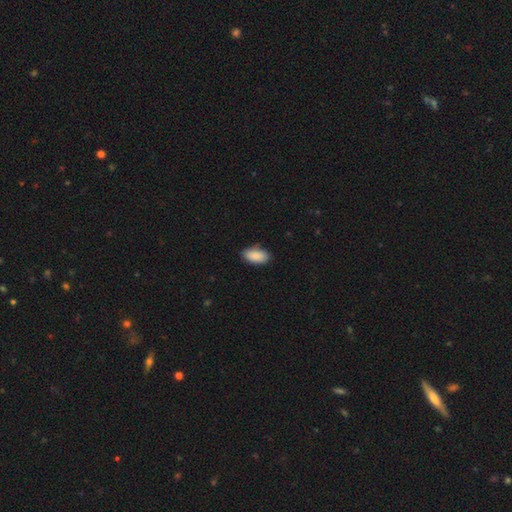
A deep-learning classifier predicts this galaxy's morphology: This is clearly a smooth galaxy (90%). How rounded: clearly in between (94%). Merging: clearly none (83%).